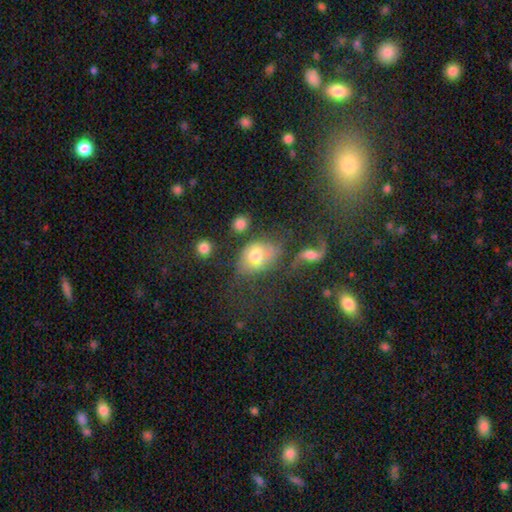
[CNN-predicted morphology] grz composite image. It shows a smooth galaxy with no disk features (59%) that is in between round and cigar-shaped (70%). Merging: none (37%).